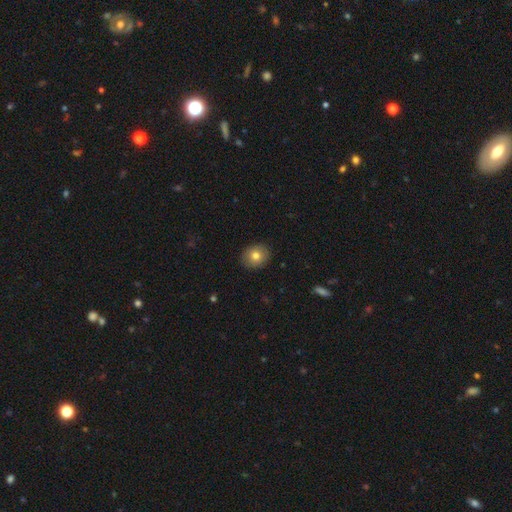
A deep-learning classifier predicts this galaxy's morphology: A smooth galaxy with no disk features (76%) that is round (57%). Merging: none (88%).